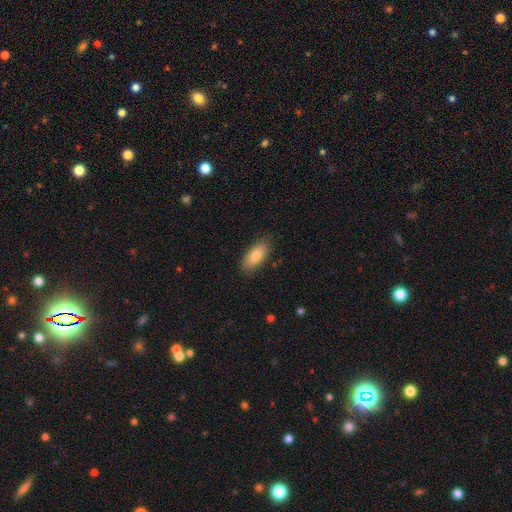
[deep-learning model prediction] This appears to be a smooth galaxy with no disk features (81%) that is in between round and cigar-shaped (85%). Merging: none (86%).